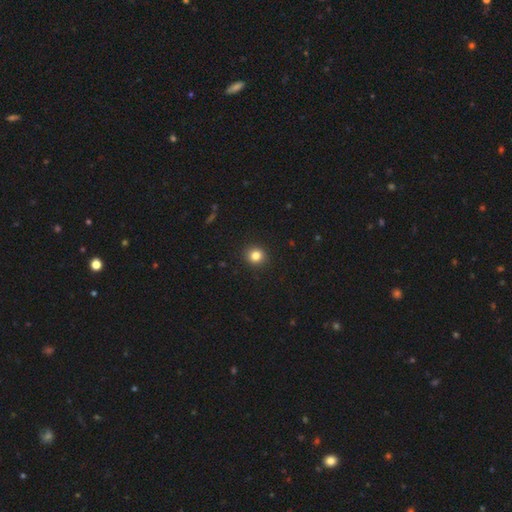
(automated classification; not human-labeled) Smooth or featured? Predicted: smooth (p=0.83). How rounded? Predicted: round (p=0.88). Merging? Predicted: none (p=0.92).